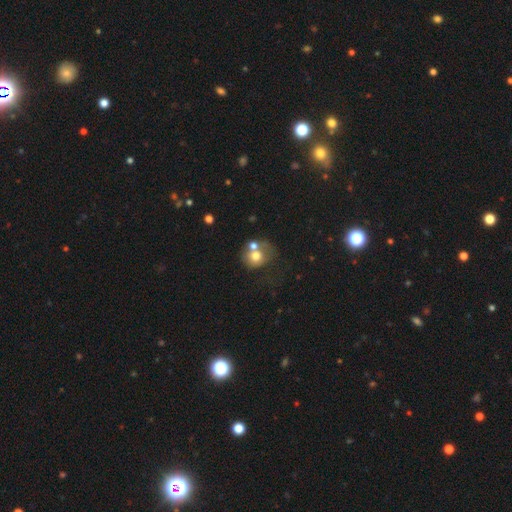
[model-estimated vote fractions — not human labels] This is likely a smooth galaxy (64%). How rounded: likely round (69%). Merging: possibly merger (45%).